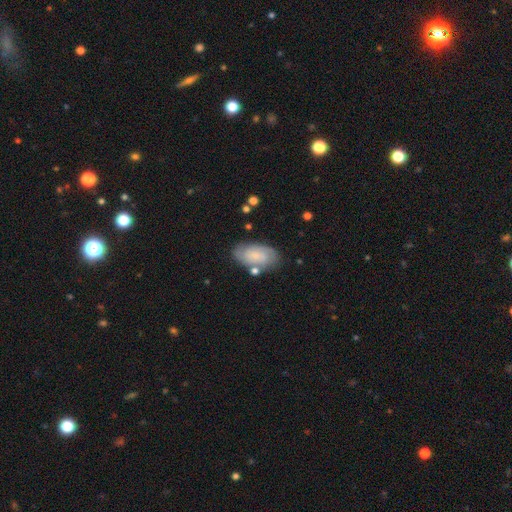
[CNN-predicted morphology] This is possibly a smooth galaxy (48%). Merging: likely none (70%).